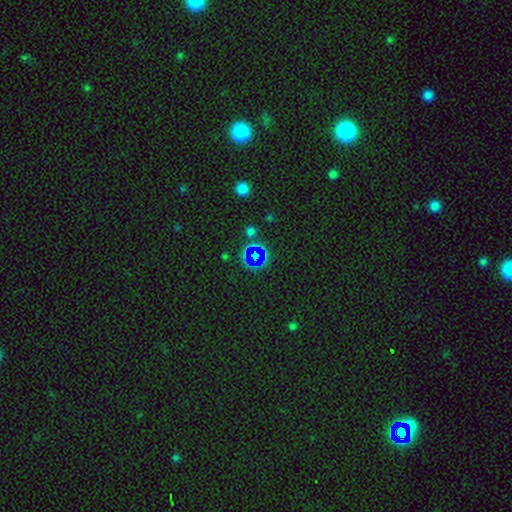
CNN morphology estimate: Smooth or featured? Predicted: star or artifact (p=0.51).